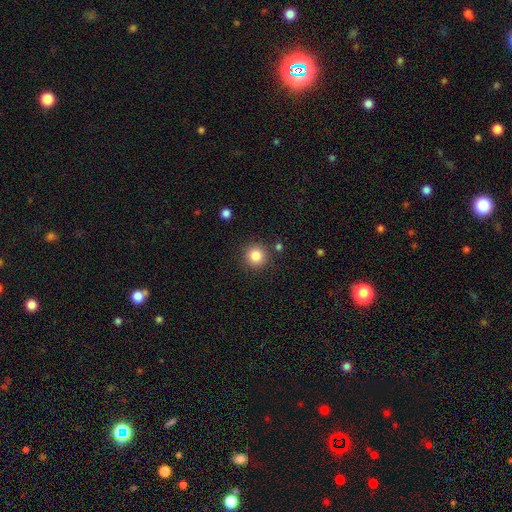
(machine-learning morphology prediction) Smooth or featured: smooth — 84% (star or artifact — 11%)
How rounded: round — 94% (in between — 5%)
Merging: none — 87% (minor disturbance — 7%)